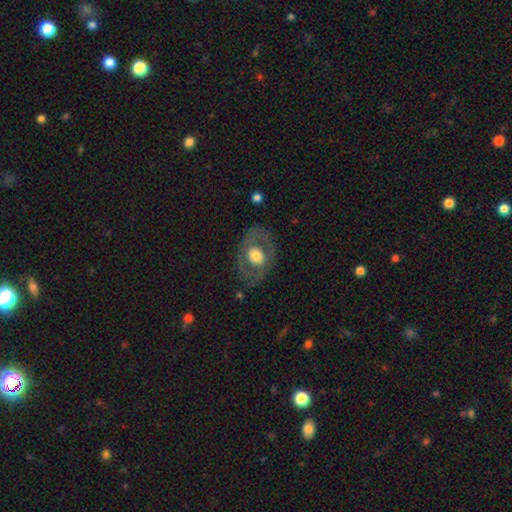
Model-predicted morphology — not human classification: Smooth or featured?
  - featured or disk: 51% *
  - smooth: 43%
  - star or artifact: 7%
Edge-on disk?
  - no: 94% *
  - yes: 6%
Merging?
  - none: 74% *
  - minor disturbance: 14%
  - major disturbance: 11%
  - merger: 1%